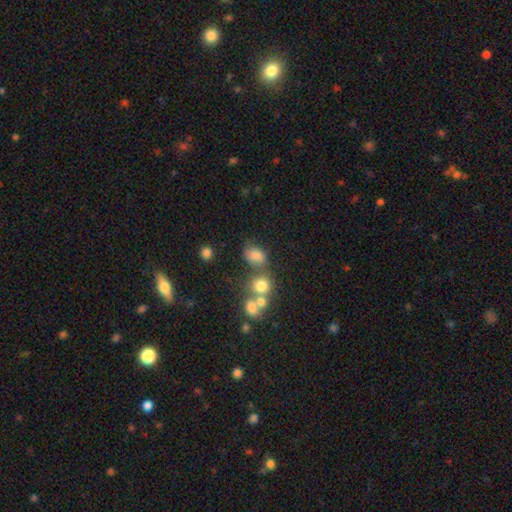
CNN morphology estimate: smooth 76%, star or artifact 13%, featured or disk 11%. Down the decision tree: how rounded — in between (64%); merging — none (48%).